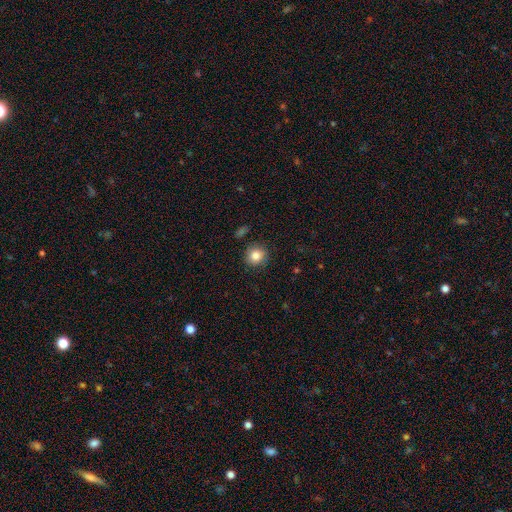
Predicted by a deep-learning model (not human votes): smooth 83%, star or artifact 10%, featured or disk 7%. Down the decision tree: how rounded — round (89%); merging — none (85%).